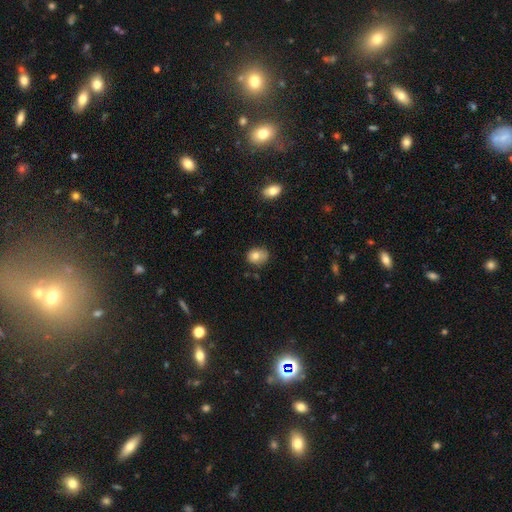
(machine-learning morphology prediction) type=smooth (77%); roundness=round (59%); merging=none (64%).